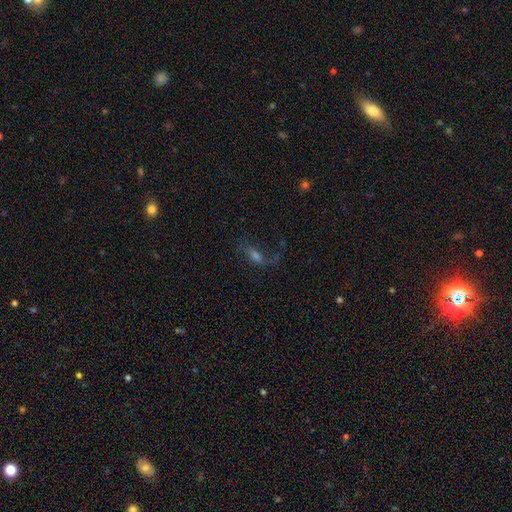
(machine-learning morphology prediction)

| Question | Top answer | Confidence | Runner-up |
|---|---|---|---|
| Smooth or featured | featured or disk | 52% | smooth (29%) |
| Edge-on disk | no | 80% | yes (20%) |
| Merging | none | 53% | major disturbance (25%) |